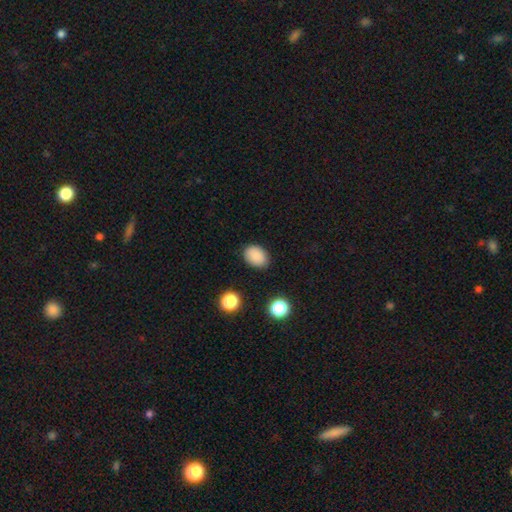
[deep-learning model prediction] Smooth or featured? Predicted: smooth (p=0.87). How rounded? Predicted: in between (p=0.75). Merging? Predicted: none (p=0.86).